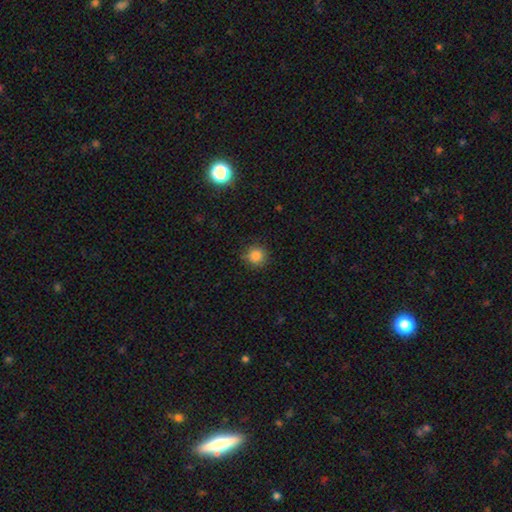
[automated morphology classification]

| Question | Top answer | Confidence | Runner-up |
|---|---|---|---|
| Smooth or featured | smooth | 84% | star or artifact (12%) |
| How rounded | round | 94% | in between (5%) |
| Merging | none | 86% | minor disturbance (10%) |